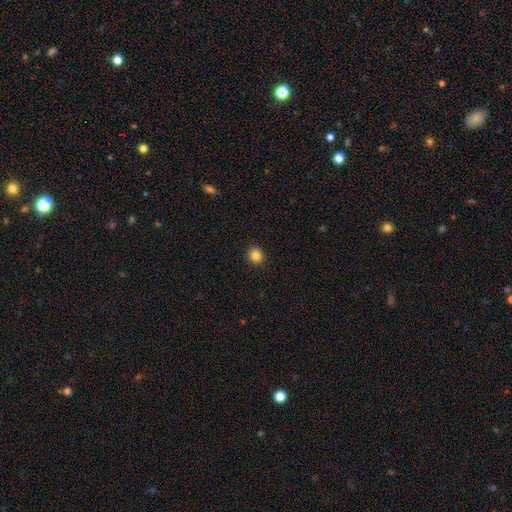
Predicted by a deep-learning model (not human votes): Q: Smooth or featured?
A: smooth (85%); runner-up: star or artifact (11%)
Q: How rounded?
A: round (89%); runner-up: in between (10%)
Q: Merging?
A: none (93%); runner-up: minor disturbance (5%)